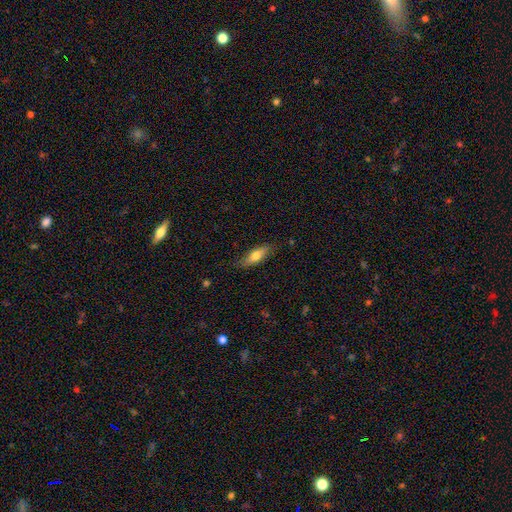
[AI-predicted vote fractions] A smooth galaxy with no disk features (66%) that is in between round and cigar-shaped (51%).

Vote fractions:
- Smooth or featured? smooth: 66% / featured or disk: 28% / star or artifact: 6%
- How rounded? in between: 51% / cigar-shaped: 47% / round: 2%
- Merging? none: 81% / minor disturbance: 15% / major disturbance: 3% / merger: 1%